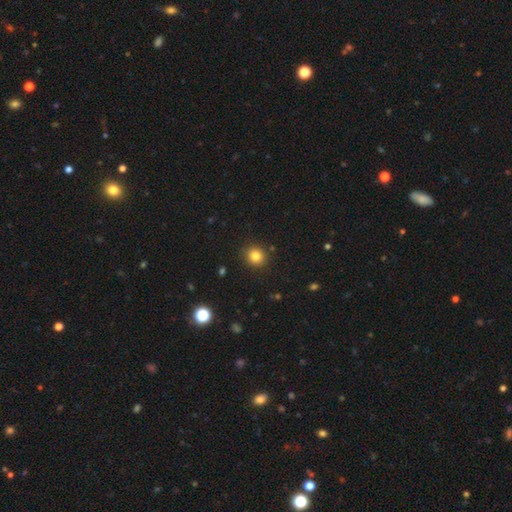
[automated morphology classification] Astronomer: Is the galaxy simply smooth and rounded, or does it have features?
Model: smooth — 82%.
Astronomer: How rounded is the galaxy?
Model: round — 89%.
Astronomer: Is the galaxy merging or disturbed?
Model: none — 90%.